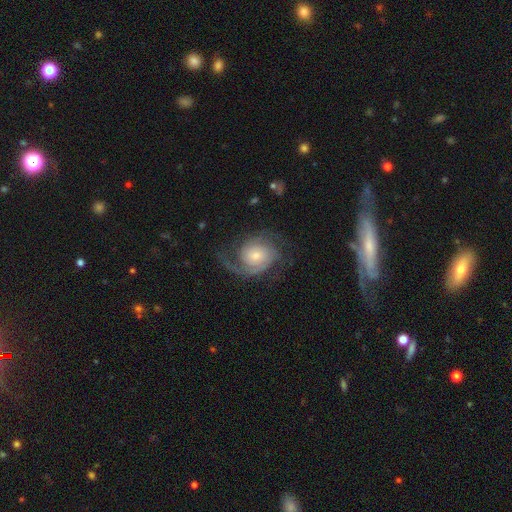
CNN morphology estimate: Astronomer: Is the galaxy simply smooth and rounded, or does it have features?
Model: featured or disk — 86%.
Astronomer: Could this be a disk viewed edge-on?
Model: no — 98%.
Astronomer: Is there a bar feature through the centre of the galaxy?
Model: no — 72%.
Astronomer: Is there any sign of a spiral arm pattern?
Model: yes — 97%.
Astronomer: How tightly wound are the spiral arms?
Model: medium — 42% (runner-up: tight, 40%).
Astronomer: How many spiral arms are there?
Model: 2 — 62%.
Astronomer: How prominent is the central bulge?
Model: small — 46% (runner-up: moderate, 40%).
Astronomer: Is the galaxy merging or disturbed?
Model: none — 67%.